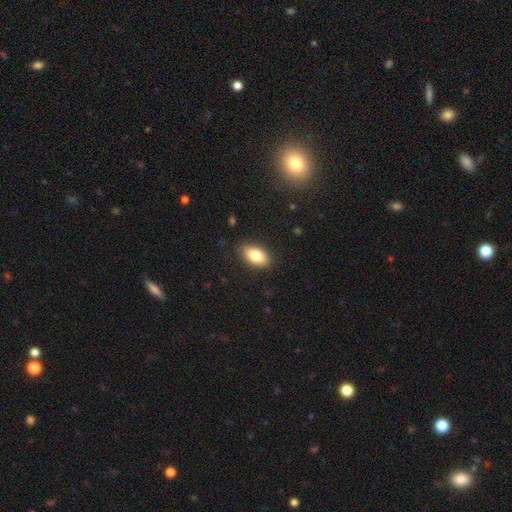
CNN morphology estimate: A smooth galaxy with no disk features (82%) that is in between round and cigar-shaped (91%). Merging: none (87%).